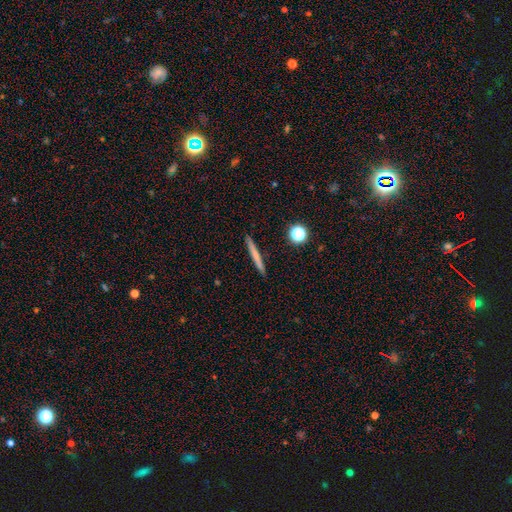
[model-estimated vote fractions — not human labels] Smooth or featured?
  - smooth: 61% *
  - featured or disk: 32%
  - star or artifact: 8%
How rounded?
  - cigar-shaped: 95% *
  - in between: 3%
  - round: 2%
Merging?
  - none: 91% *
  - minor disturbance: 6%
  - major disturbance: 1%
  - merger: 1%